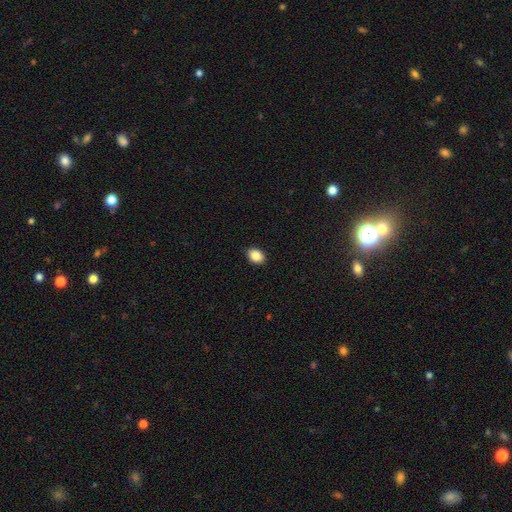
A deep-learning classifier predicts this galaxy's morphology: smooth_or_featured: smooth (p=0.87) [alt: star or artifact p=0.08]
how_rounded: in between (p=0.70) [alt: round p=0.29]
merging: none (p=0.89) [alt: minor disturbance p=0.08]